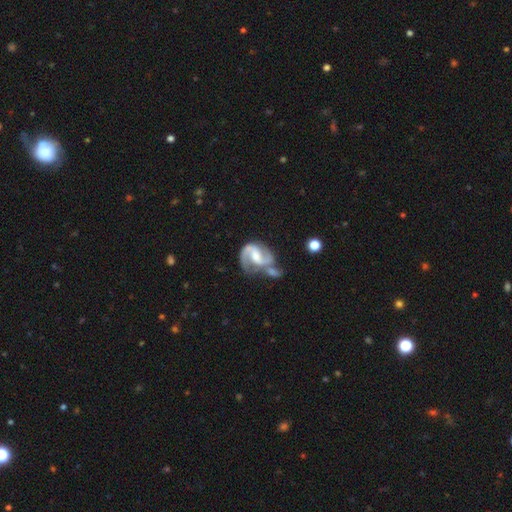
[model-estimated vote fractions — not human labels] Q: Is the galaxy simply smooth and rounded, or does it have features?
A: featured or disk — 89%.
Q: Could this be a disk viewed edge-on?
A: no — 98%.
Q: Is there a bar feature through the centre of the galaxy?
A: weak — 49%.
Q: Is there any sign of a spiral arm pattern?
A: yes — 97%.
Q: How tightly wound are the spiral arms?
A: medium — 58%.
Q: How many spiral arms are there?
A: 2 — 89%.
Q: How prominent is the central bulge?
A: moderate — 48%.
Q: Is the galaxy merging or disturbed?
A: none — 37%.